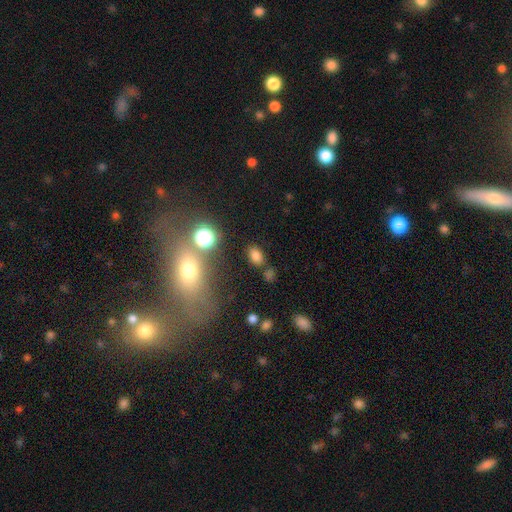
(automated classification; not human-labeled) smooth 75%, star or artifact 18%, featured or disk 7%. Down the decision tree: how rounded — in between (82%); merging — none (79%).